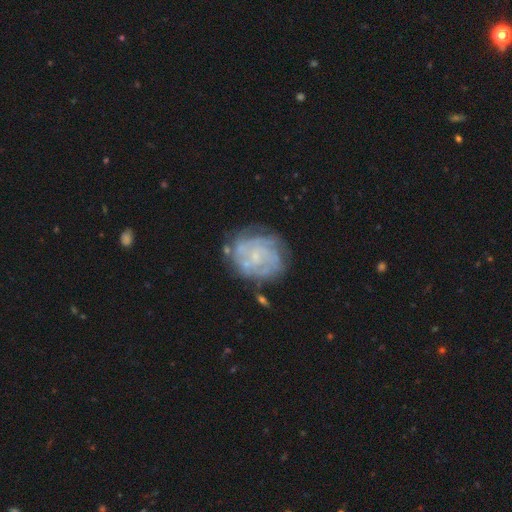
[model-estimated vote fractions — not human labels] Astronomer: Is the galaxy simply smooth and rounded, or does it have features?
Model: featured or disk — 75%.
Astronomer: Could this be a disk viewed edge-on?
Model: no — 98%.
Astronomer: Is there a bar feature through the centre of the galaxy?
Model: no — 72%.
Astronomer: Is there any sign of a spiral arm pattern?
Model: yes — 84%.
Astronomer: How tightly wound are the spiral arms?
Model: tight — 67%.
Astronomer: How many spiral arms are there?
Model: can't tell — 46%.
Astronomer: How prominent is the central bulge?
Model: small — 69%.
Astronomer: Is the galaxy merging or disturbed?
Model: none — 68%.